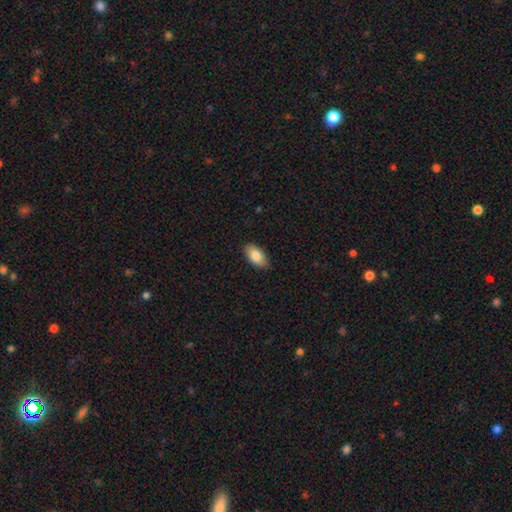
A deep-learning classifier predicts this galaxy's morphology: type=smooth (84%); roundness=in between (94%); merging=none (88%).